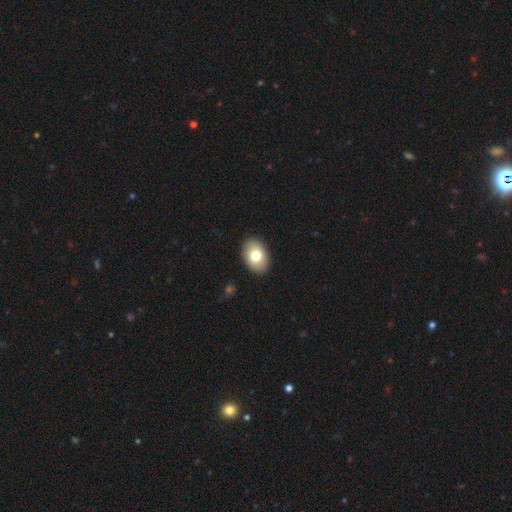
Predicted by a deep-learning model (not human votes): Smooth or featured: smooth — 77% (featured or disk — 16%)
How rounded: in between — 85% (round — 14%)
Merging: none — 90% (minor disturbance — 7%)